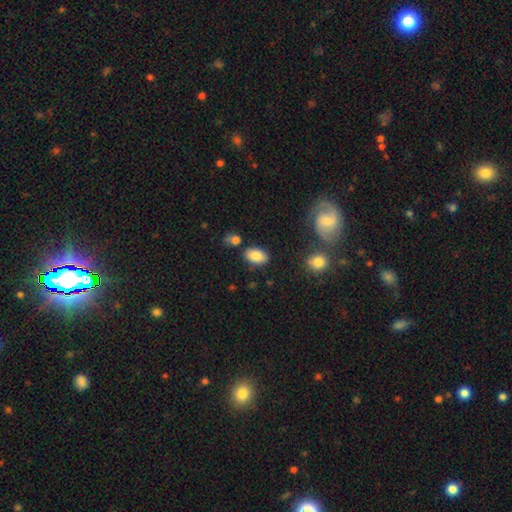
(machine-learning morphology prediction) The model was most divided on "merging": none: 79%, minor disturbance: 13%, merger: 5%, major disturbance: 3%. More confident: how rounded — in between (91%); smooth or featured — smooth (83%).